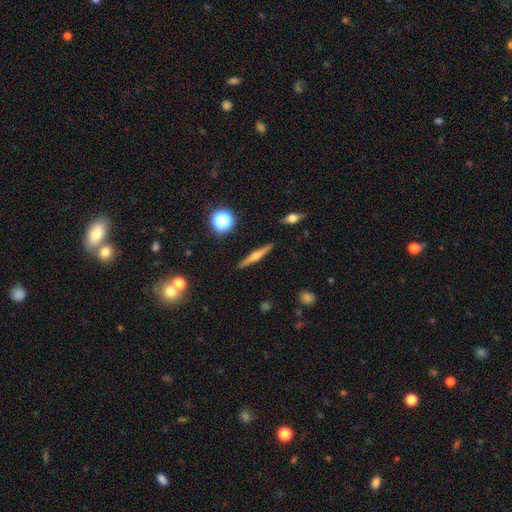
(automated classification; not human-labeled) featured or disk 60%, smooth 32%, star or artifact 8%. Down the decision tree: edge-on disk — yes (97%); edge-on bulge — rounded (81%); merging — none (90%).